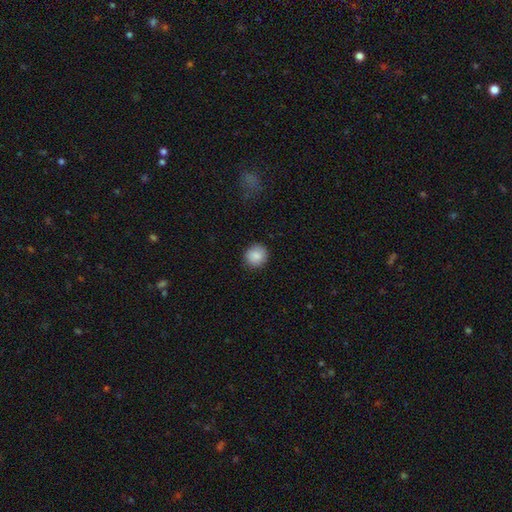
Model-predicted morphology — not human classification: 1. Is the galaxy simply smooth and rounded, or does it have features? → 88% smooth, 8% star or artifact, 4% featured or disk.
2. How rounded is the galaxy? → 91% round, 8% in between, 1% cigar-shaped.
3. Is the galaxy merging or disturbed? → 90% none, 7% minor disturbance, 2% major disturbance, 1% merger.